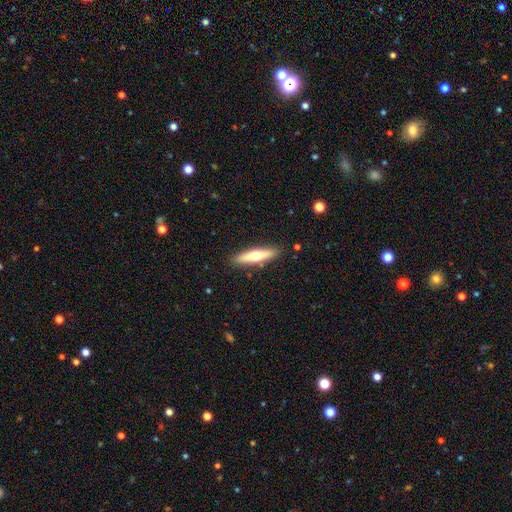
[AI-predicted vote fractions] This appears to be a smooth galaxy with no disk features (51%) that is cigar-shaped (80%). Merging: none (89%).